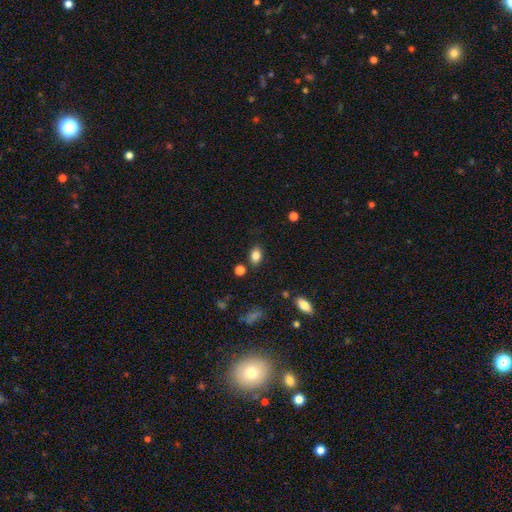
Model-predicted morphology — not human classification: smooth-or-featured: smooth: 83% | star or artifact: 10% | featured or disk: 7%
  how-rounded: in between: 79% | round: 19% | cigar-shaped: 2%
  merging: none: 80% | minor disturbance: 12% | merger: 4% | major disturbance: 3%